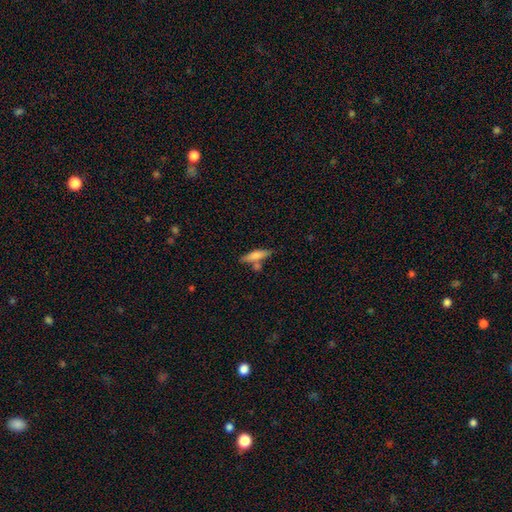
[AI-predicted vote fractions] The model was most divided on "merging": none: 63%, merger: 19%, minor disturbance: 14%, major disturbance: 4%. More confident: how rounded — cigar-shaped (72%); smooth or featured — smooth (69%).